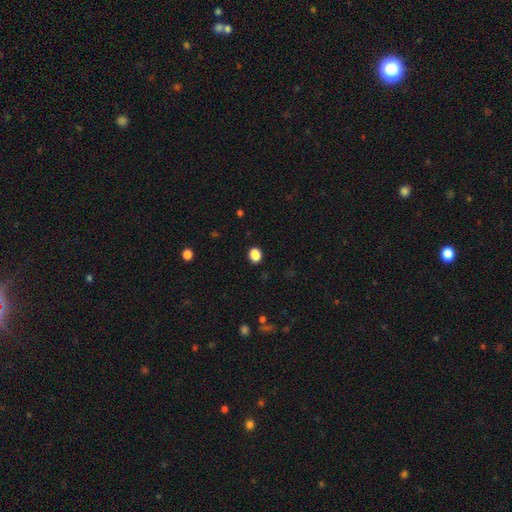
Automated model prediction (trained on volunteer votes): A smooth galaxy with no disk features (85%) that is round (51%).

Vote fractions:
- Smooth or featured? smooth: 85% / star or artifact: 12% / featured or disk: 3%
- How rounded? round: 51% / in between: 48% / cigar-shaped: 1%
- Merging? none: 88% / minor disturbance: 8% / major disturbance: 2% / merger: 1%